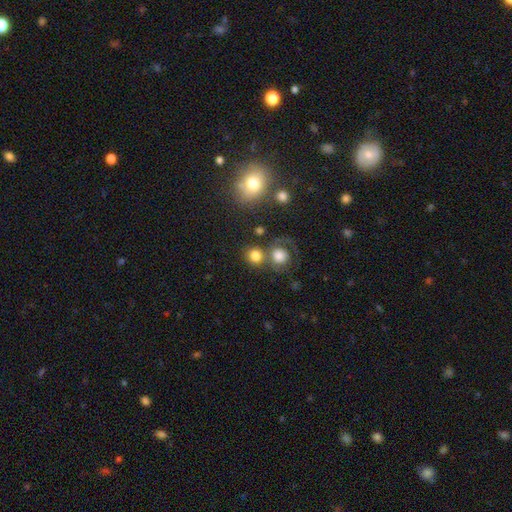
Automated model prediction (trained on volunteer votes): Smooth or featured?
  - smooth: 79% *
  - star or artifact: 12%
  - featured or disk: 9%
How rounded?
  - round: 86% *
  - in between: 13%
  - cigar-shaped: 1%
Merging?
  - none: 59% *
  - merger: 27%
  - minor disturbance: 9%
  - major disturbance: 6%